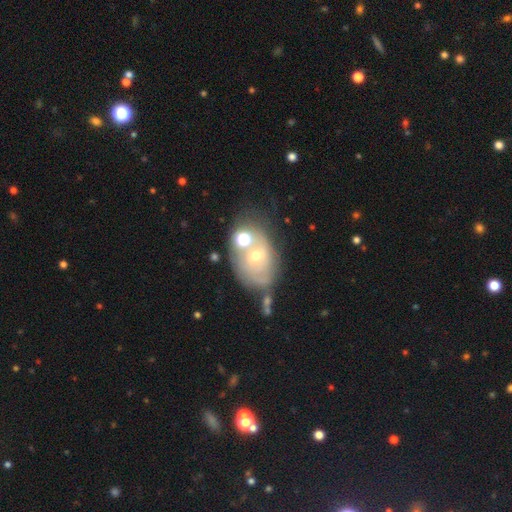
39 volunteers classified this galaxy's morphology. Smooth or featured?
  - featured or disk: 56% *
  - smooth: 41%
  - star or artifact: 3%
Edge-on disk?
  - no: 91% *
  - yes: 9%
Bar?
  - no: 50% *
  - weak: 40%
  - strong: 10%
Spiral arms?
  - no: 55% *
  - yes: 45%
Bulge size?
  - moderate: 60% *
  - small: 35%
  - large: 5%
  - dominant: 0%
  - none: 0%
Merging?
  - none: 32% *
  - minor disturbance: 29%
  - major disturbance: 29%
  - merger: 11%